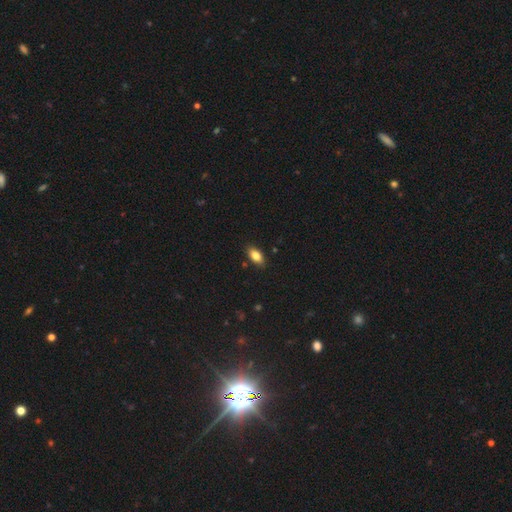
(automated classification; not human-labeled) Smooth or featured? Predicted: smooth (p=0.84). How rounded? Predicted: in between (p=0.90). Merging? Predicted: none (p=0.86).